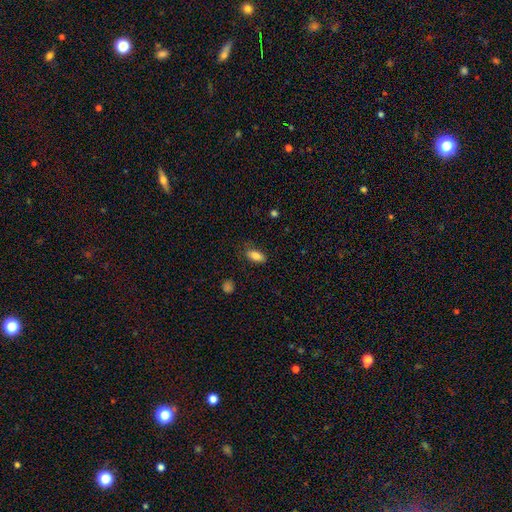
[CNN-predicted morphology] type=smooth (86%); roundness=in between (88%); merging=none (76%).